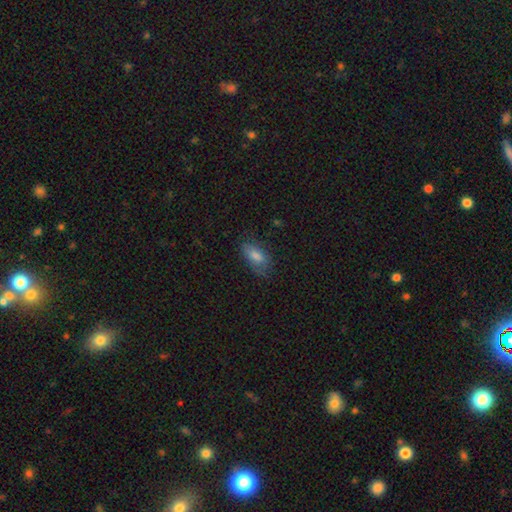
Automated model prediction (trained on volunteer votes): Q: Smooth or featured?
A: smooth (78%); runner-up: featured or disk (15%)
Q: How rounded?
A: in between (86%); runner-up: cigar-shaped (11%)
Q: Merging?
A: none (68%); runner-up: minor disturbance (23%)